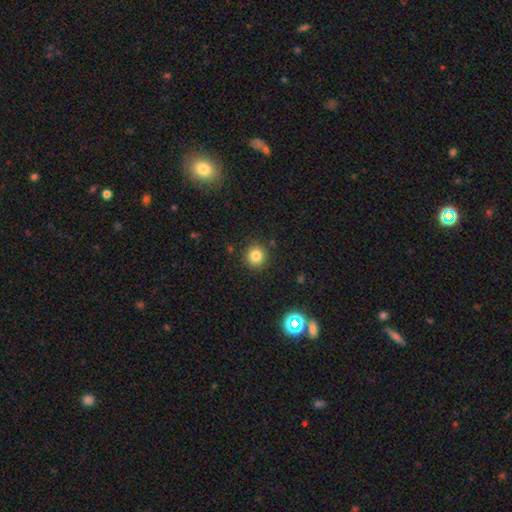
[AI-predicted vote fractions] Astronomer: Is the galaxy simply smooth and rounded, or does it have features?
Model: smooth — 82%.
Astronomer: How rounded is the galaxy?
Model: round — 91%.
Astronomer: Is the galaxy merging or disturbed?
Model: none — 89%.